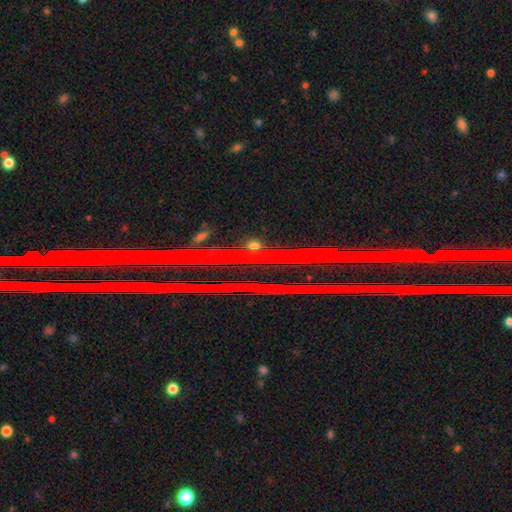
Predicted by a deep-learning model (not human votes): This appears to be a star or artifact, not a galaxy (84%).